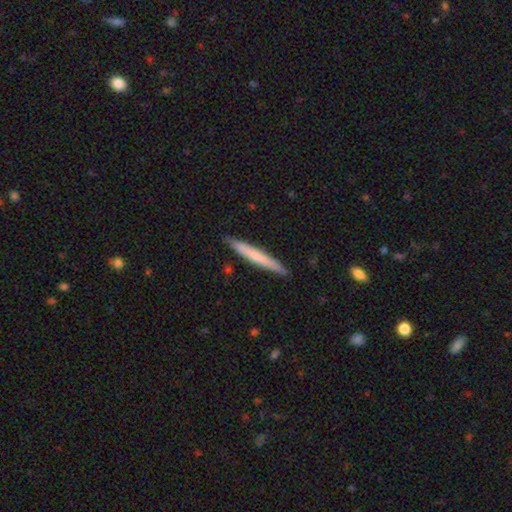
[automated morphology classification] The model was most divided on "smooth or featured": smooth: 64%, featured or disk: 31%, star or artifact: 5%. More confident: how rounded — cigar-shaped (96%); merging — none (89%).